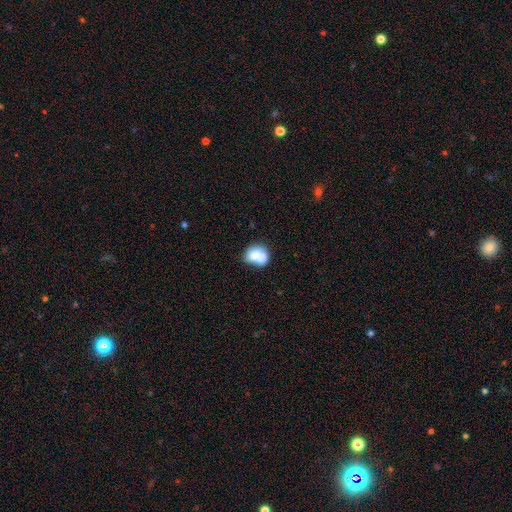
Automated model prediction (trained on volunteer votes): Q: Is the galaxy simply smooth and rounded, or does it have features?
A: smooth — 70%.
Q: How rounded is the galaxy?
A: round — 59%.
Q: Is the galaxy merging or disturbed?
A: merger — 39%.